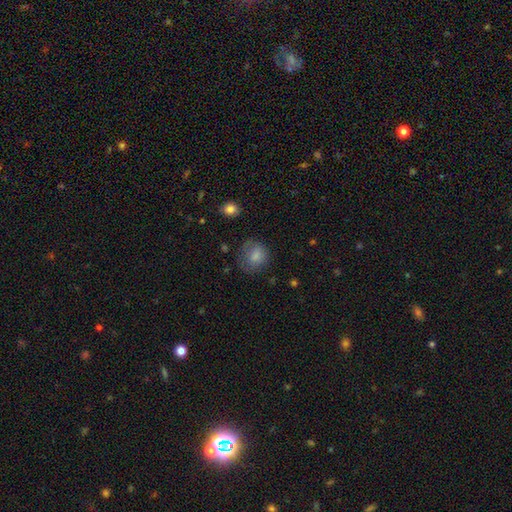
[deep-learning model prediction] smooth_or_featured: smooth (p=0.81) [alt: featured or disk p=0.10]
how_rounded: round (p=0.76) [alt: in between p=0.23]
merging: none (p=0.65) [alt: minor disturbance p=0.23]